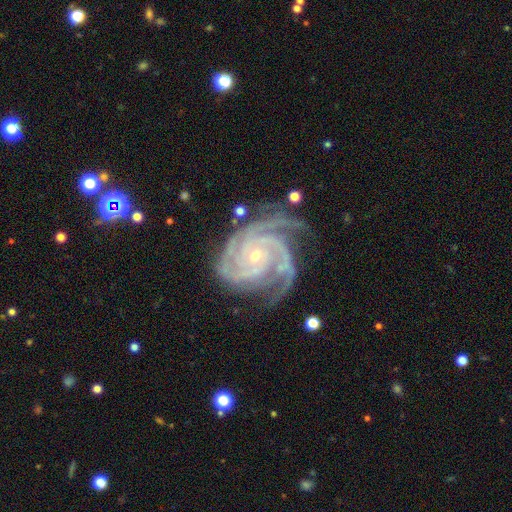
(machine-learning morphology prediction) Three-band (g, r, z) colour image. It shows a featured or disk galaxy (93%) with no bar (71%), 4 (36%) tight (75%) spiral arms (99%) and a small central bulge (77%). Merging: none (65%).